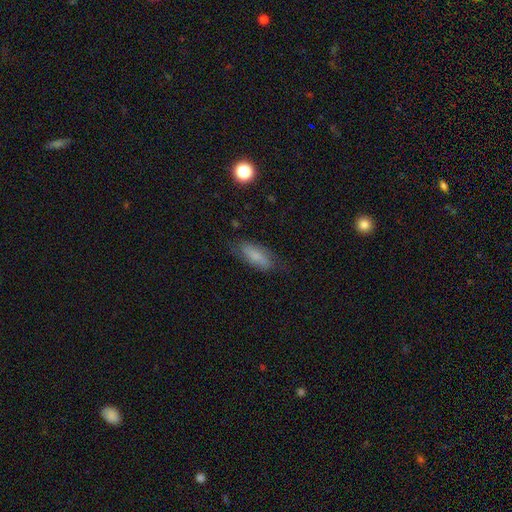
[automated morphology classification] Smooth or featured? smooth (69%)
How rounded? in between (72%)
Merging? none (70%)